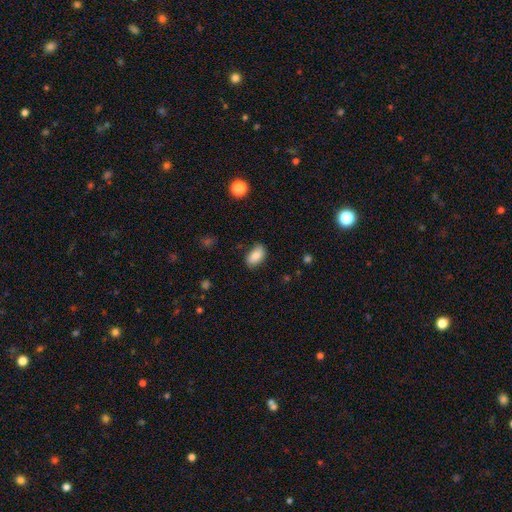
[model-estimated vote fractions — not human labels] Smooth or featured? smooth (84%)
How rounded? in between (93%)
Merging? none (80%)